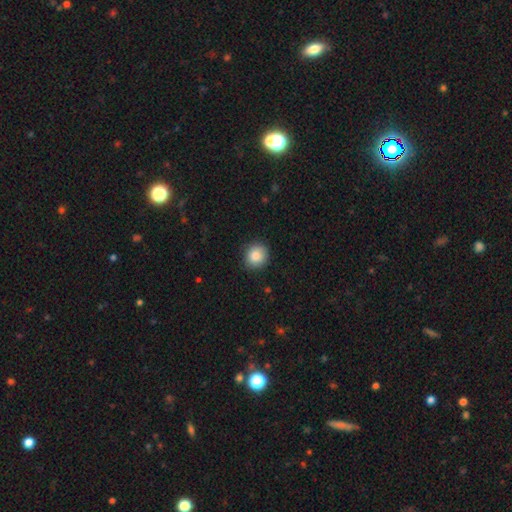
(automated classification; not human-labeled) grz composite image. It shows a smooth galaxy with no disk features (86%) that is round (87%). Merging: none (88%).